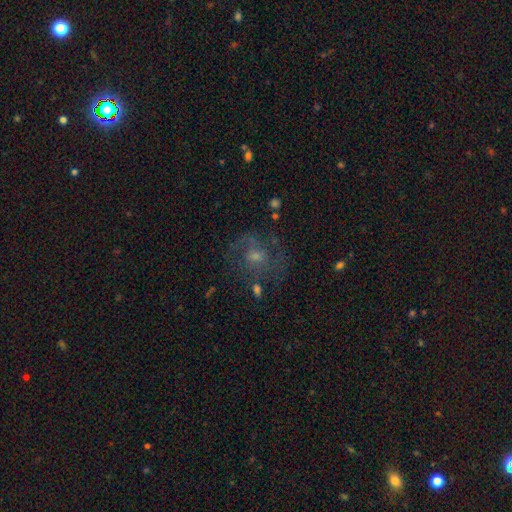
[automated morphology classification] featured or disk 61%, star or artifact 21%, smooth 17%. Down the decision tree: edge-on disk — no (97%); bar — no (66%); spiral arms — yes (85%); spiral arm count — 2 (51%); spiral winding — medium (48%); bulge size — moderate (51%); merging — none (71%).